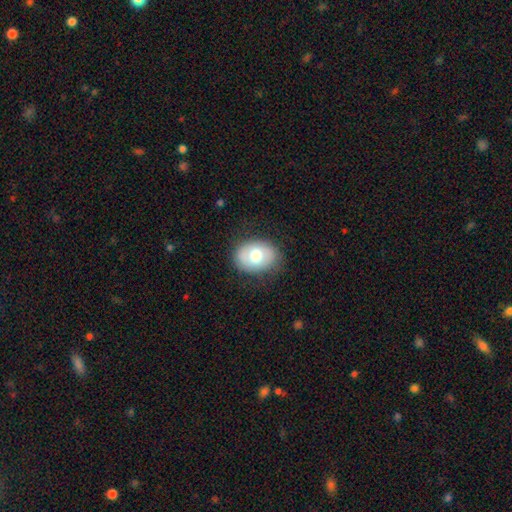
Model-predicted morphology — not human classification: type=smooth (67%); roundness=in between (67%); merging=none (79%).